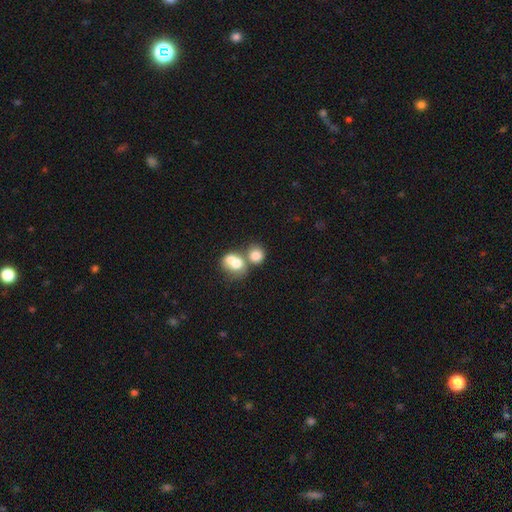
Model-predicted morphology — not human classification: Smooth or featured? smooth (76%)
How rounded? round (70%)
Merging? merger (59%)